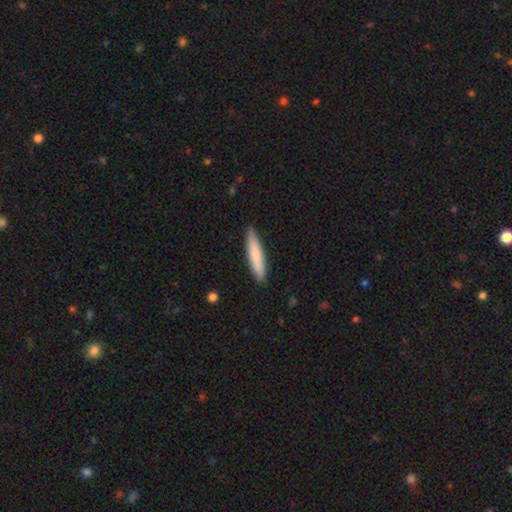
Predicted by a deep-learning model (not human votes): Morphology: type=smooth (80%); roundness=cigar-shaped (88%); merging=none (90%).